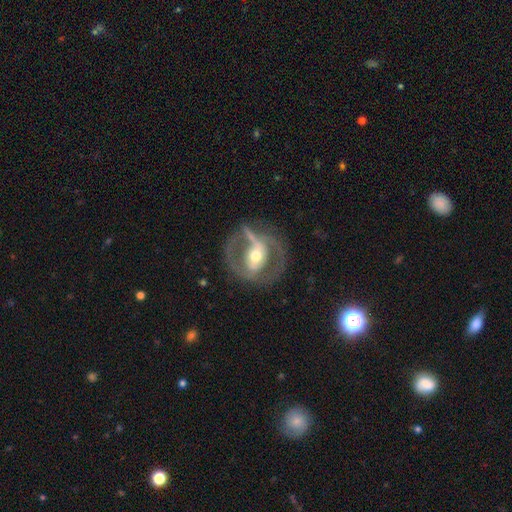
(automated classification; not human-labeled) This is likely a featured or disk galaxy (76%). It is clearly not viewed edge-on (93%). Bar: marginally strong (42%). Spiral arm pattern: possibly yes (51%). Central bulge: likely moderate (70%). Merging: possibly none (56%).